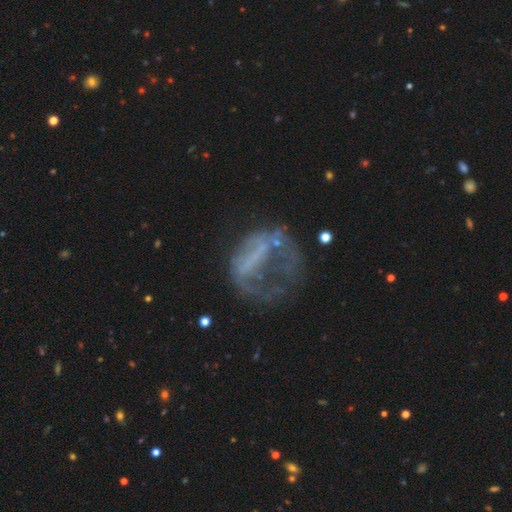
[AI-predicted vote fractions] Smooth or featured?
  - featured or disk: 60% *
  - smooth: 22%
  - star or artifact: 18%
Edge-on disk?
  - no: 96% *
  - yes: 4%
Bar?
  - no: 59% *
  - strong: 21%
  - weak: 20%
Spiral arms?
  - no: 71% *
  - yes: 29%
Bulge size?
  - none: 75% *
  - small: 14%
  - moderate: 7%
  - large: 3%
  - dominant: 2%
Merging?
  - major disturbance: 49% *
  - none: 30%
  - minor disturbance: 15%
  - merger: 5%